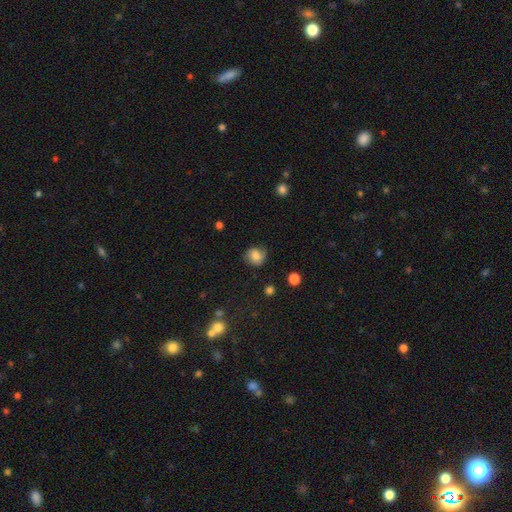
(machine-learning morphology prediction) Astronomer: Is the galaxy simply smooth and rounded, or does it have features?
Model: smooth — 66%.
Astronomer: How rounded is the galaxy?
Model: round — 80%.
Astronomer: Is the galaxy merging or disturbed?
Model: none — 70%.